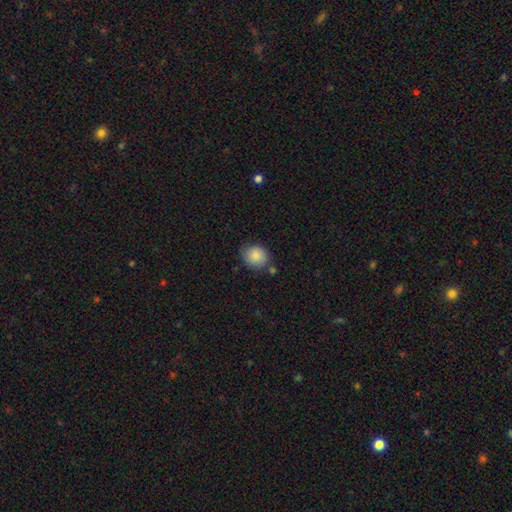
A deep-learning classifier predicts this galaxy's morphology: smooth-or-featured: smooth: 84% | featured or disk: 9% | star or artifact: 8%
  how-rounded: round: 76% | in between: 23% | cigar-shaped: 1%
  merging: none: 73% | minor disturbance: 18% | merger: 6% | major disturbance: 4%